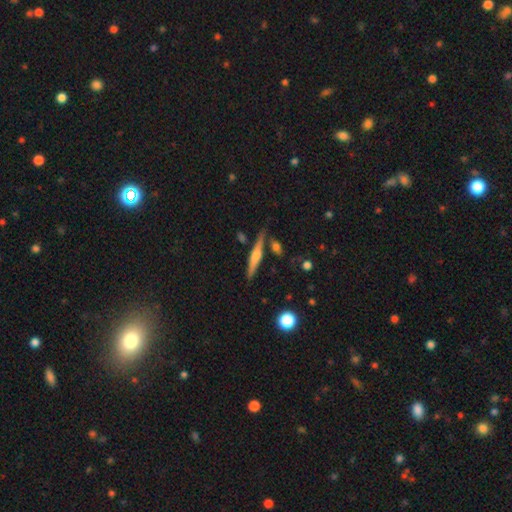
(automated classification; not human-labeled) Smooth or featured: featured or disk — 54% (smooth — 39%)
Edge-on disk: yes — 96% (no — 4%)
Edge-on bulge: rounded — 62% (boxy — 22%)
Merging: none — 80% (minor disturbance — 12%)